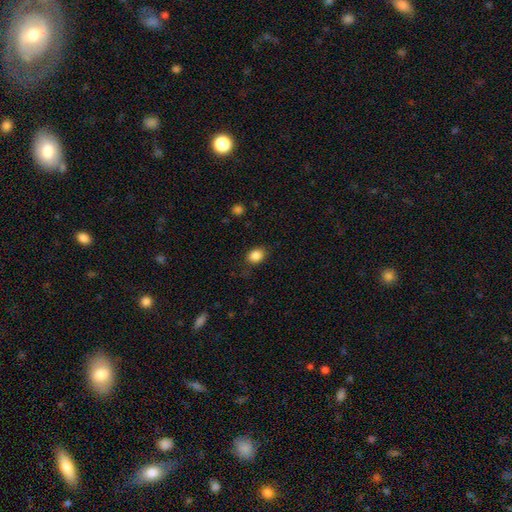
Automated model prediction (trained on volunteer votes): A smooth galaxy with no disk features (86%) that is in between round and cigar-shaped (56%).

Vote fractions:
- Smooth or featured? smooth: 86% / star or artifact: 9% / featured or disk: 5%
- How rounded? in between: 56% / round: 43% / cigar-shaped: 1%
- Merging? none: 80% / minor disturbance: 15% / major disturbance: 4% / merger: 1%